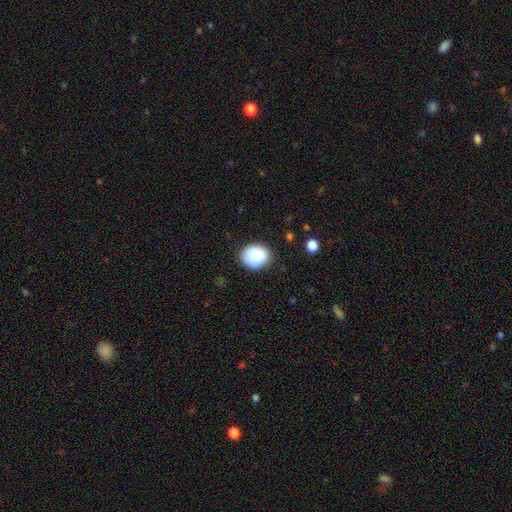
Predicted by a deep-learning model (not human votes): Smooth or featured?
  - smooth: 88% *
  - star or artifact: 8%
  - featured or disk: 5%
How rounded?
  - round: 62% *
  - in between: 38%
  - cigar-shaped: 1%
Merging?
  - none: 81% *
  - minor disturbance: 14%
  - major disturbance: 3%
  - merger: 2%